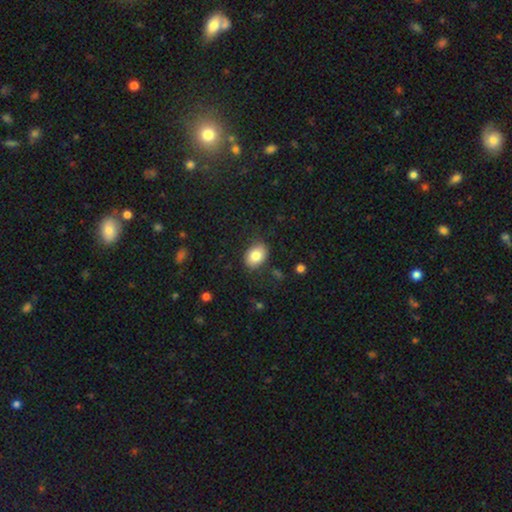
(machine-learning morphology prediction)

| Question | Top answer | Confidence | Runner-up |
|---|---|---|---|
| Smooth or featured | smooth | 83% | featured or disk (9%) |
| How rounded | in between | 75% | round (24%) |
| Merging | none | 81% | minor disturbance (14%) |